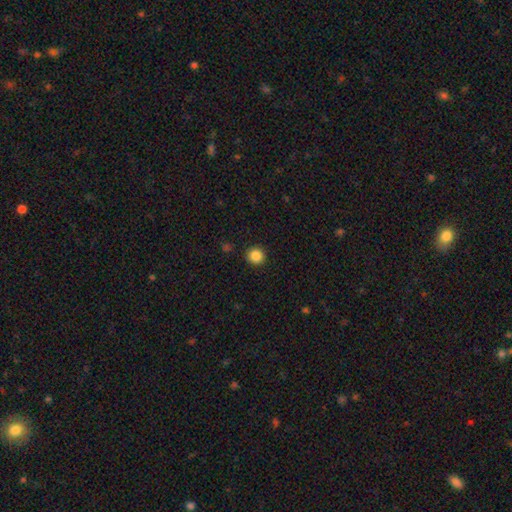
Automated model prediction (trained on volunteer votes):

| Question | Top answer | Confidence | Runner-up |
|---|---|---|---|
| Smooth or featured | smooth | 86% | star or artifact (10%) |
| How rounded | round | 91% | in between (8%) |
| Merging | none | 91% | minor disturbance (6%) |